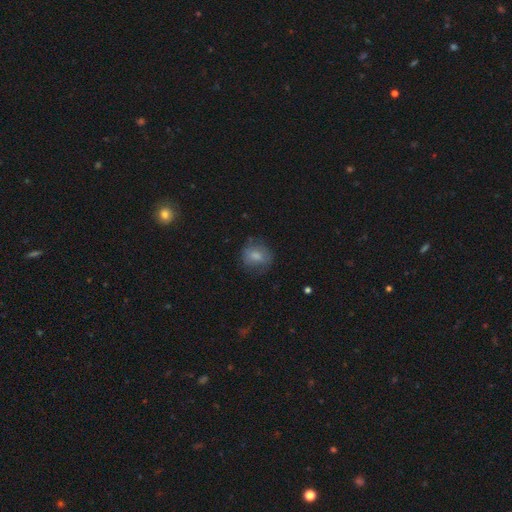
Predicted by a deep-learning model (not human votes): A smooth galaxy with no disk features (74%) that is round (65%). Merging: none (69%).